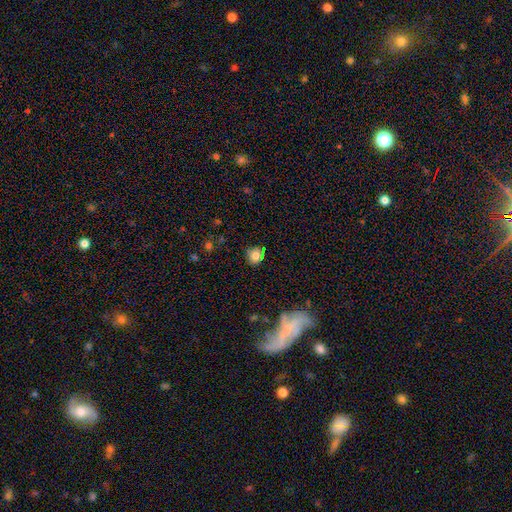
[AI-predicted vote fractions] The model was most divided on "smooth or featured": smooth: 77%, star or artifact: 13%, featured or disk: 10%. More confident: how rounded — round (84%); merging — none (80%).